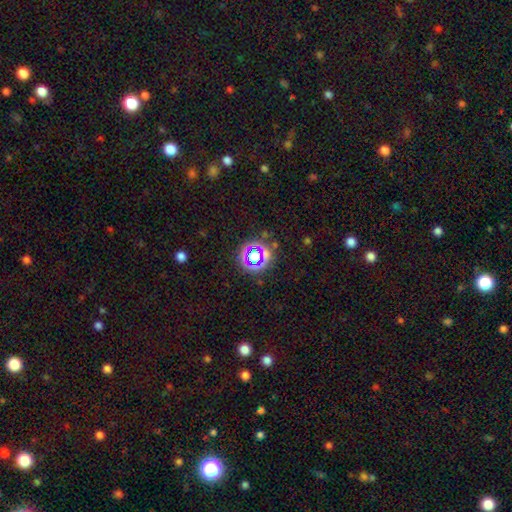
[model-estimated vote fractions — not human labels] smooth-or-featured: star or artifact: 62% | smooth: 26% | featured or disk: 12%